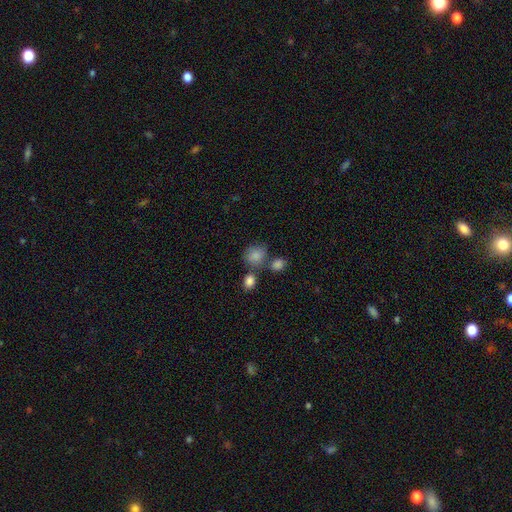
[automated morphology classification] type=smooth (82%); roundness=round (67%); merging=none (54%).